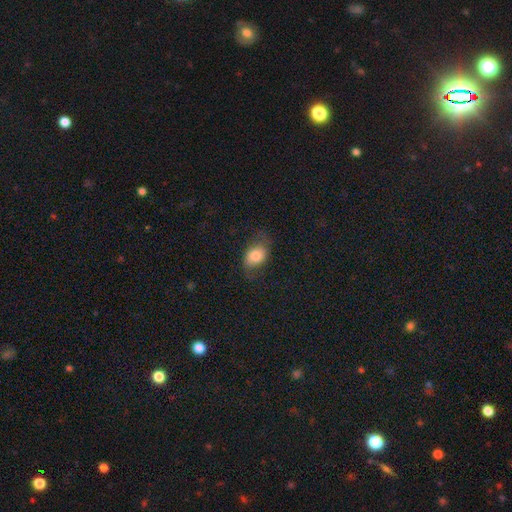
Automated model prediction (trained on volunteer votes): A smooth galaxy with no disk features (75%) that is in between round and cigar-shaped (78%). Merging: none (63%).